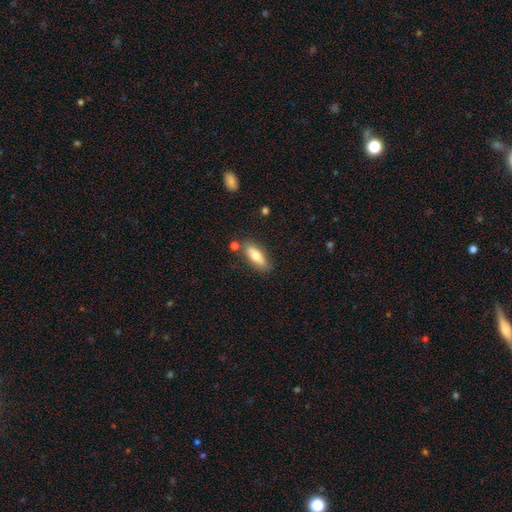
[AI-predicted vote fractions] A smooth galaxy with no disk features (71%) that is in between round and cigar-shaped (70%).

Vote fractions:
- Smooth or featured? smooth: 71% / featured or disk: 23% / star or artifact: 7%
- How rounded? in between: 70% / cigar-shaped: 28% / round: 2%
- Merging? none: 77% / minor disturbance: 13% / merger: 7% / major disturbance: 3%